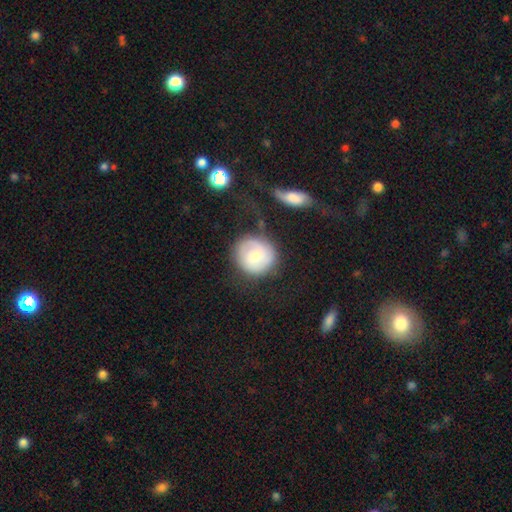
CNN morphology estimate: Q: Smooth or featured?
A: smooth (58%); runner-up: featured or disk (35%)
Q: How rounded?
A: round (89%); runner-up: in between (10%)
Q: Merging?
A: none (66%); runner-up: minor disturbance (18%)